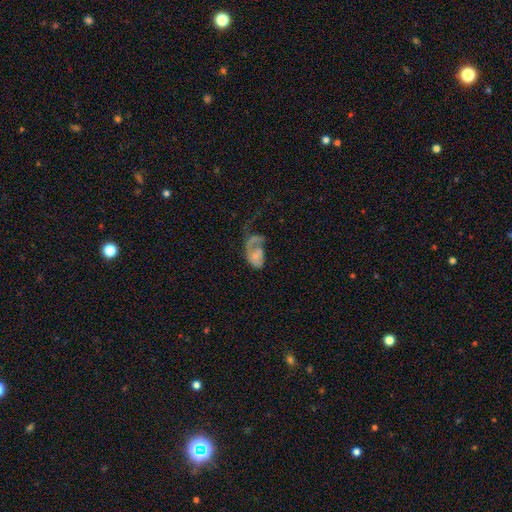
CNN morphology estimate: A featured or disk galaxy (55%) with no bar (80%), spiral arms (59%) and a small central bulge (51%). Merging: major disturbance (54%).